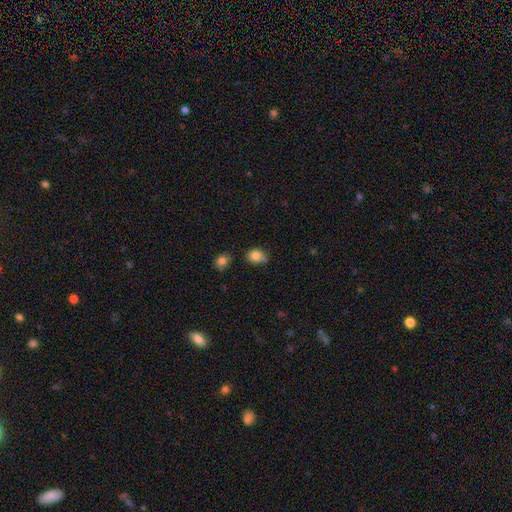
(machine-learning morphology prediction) Smooth or featured?
  - smooth: 83% *
  - star or artifact: 10%
  - featured or disk: 7%
How rounded?
  - round: 50% *
  - in between: 49%
  - cigar-shaped: 1%
Merging?
  - none: 58% *
  - minor disturbance: 30%
  - merger: 8%
  - major disturbance: 5%